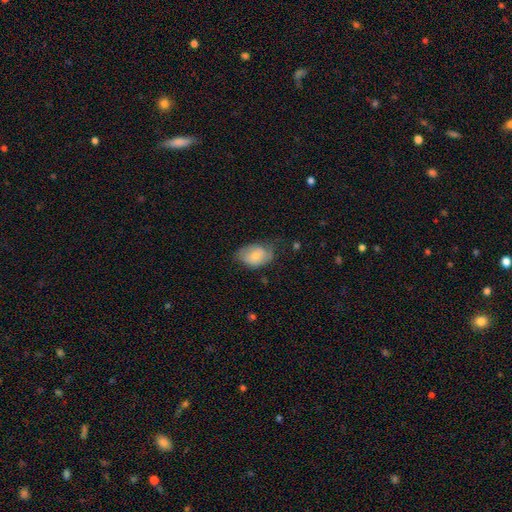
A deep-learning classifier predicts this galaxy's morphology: Smooth or featured? smooth (69%)
How rounded? in between (85%)
Merging? none (50%)